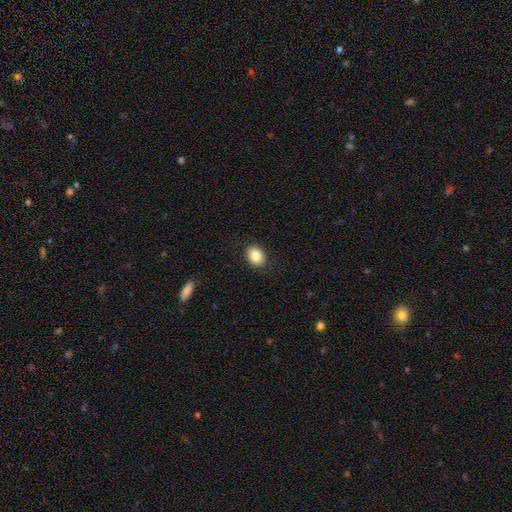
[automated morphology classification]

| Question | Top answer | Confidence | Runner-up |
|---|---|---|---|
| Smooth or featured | smooth | 84% | star or artifact (8%) |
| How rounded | in between | 61% | round (38%) |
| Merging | none | 89% | minor disturbance (8%) |